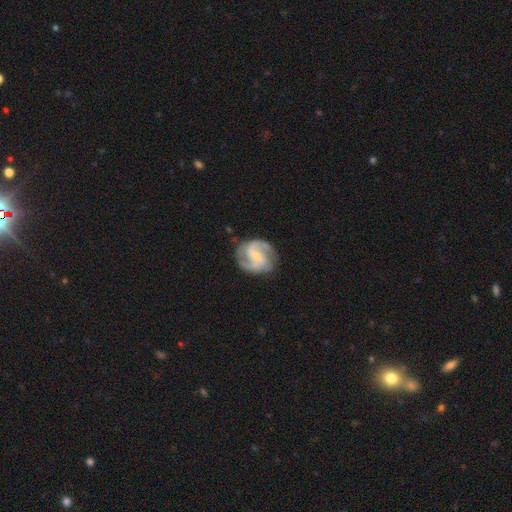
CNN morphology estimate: This appears to be a featured or disk galaxy (86%) with a weak bar (48%), 2 (81%) medium (54%) spiral arms (96%) and a small central bulge (67%). Merging: none (75%).